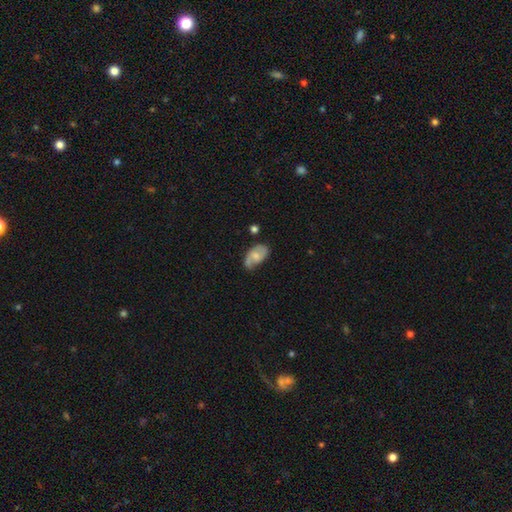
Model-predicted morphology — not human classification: smooth-or-featured: featured or disk: 51% | smooth: 42% | star or artifact: 7%
  disk-edge-on: no: 95% | yes: 5%
  merging: none: 55% | minor disturbance: 31% | major disturbance: 10% | merger: 4%